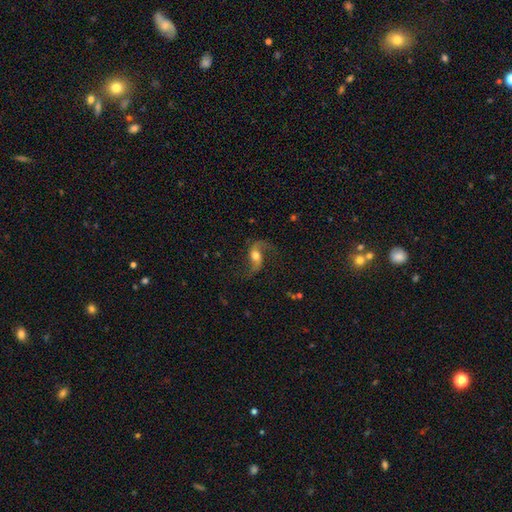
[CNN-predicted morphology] This appears to be a featured or disk galaxy (80%) with no bar (49%), 2 (92%) loose (81%) spiral arms (95%) and a moderate central bulge (65%). Merging: none (69%).